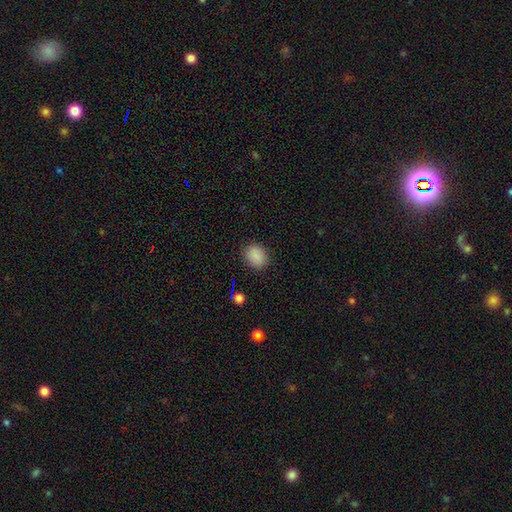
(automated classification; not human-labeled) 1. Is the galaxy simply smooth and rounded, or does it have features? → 87% smooth, 10% star or artifact, 3% featured or disk.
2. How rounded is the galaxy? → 55% in between, 44% round, 1% cigar-shaped.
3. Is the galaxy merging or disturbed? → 87% none, 10% minor disturbance, 3% major disturbance, 1% merger.